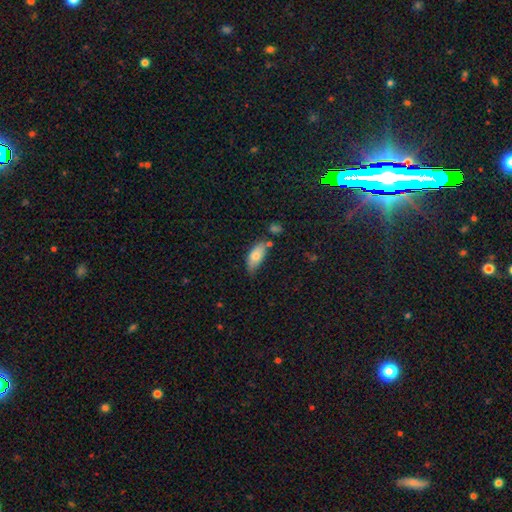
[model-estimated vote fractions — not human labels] Smooth or featured?
  - smooth: 74% *
  - featured or disk: 19%
  - star or artifact: 7%
How rounded?
  - in between: 87% *
  - cigar-shaped: 10%
  - round: 3%
Merging?
  - none: 59% *
  - minor disturbance: 27%
  - merger: 8%
  - major disturbance: 5%